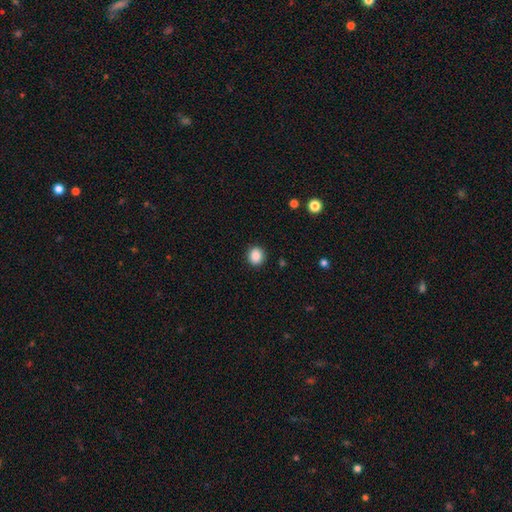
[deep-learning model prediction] A smooth galaxy with no disk features (88%) that is round (78%). Merging: none (90%).